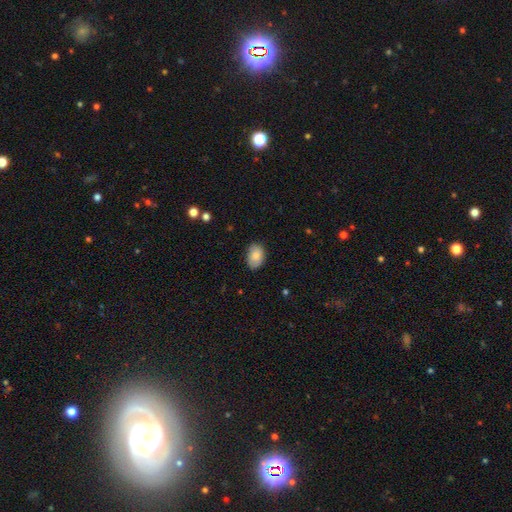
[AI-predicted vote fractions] Smooth or featured: smooth — 84% (featured or disk — 9%)
How rounded: in between — 84% (round — 15%)
Merging: none — 82% (minor disturbance — 15%)